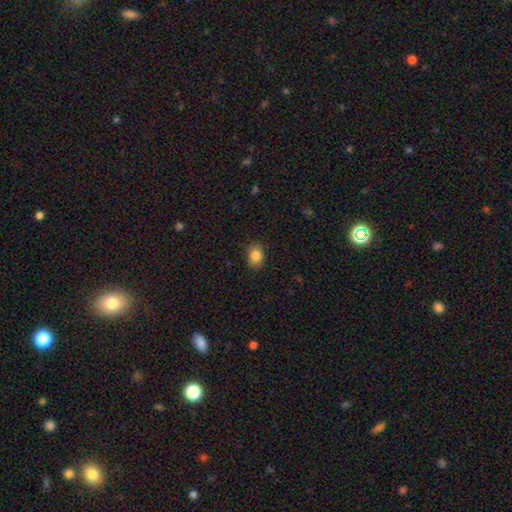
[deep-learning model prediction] smooth-or-featured: smooth: 85% | star or artifact: 10% | featured or disk: 5%
  how-rounded: in between: 61% | round: 38% | cigar-shaped: 1%
  merging: none: 88% | minor disturbance: 9% | major disturbance: 2% | merger: 1%